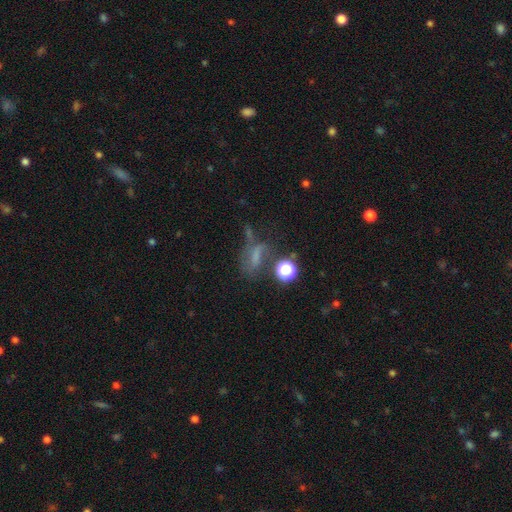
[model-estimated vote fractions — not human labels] Smooth or featured? smooth (41%)
Merging? none (39%)